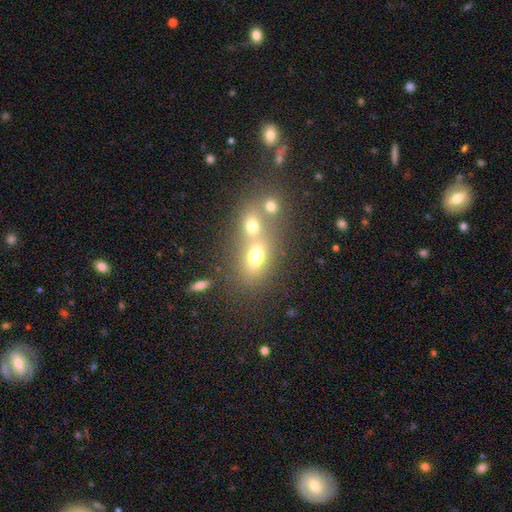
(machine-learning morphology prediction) Q: Smooth or featured?
A: smooth (66%); runner-up: featured or disk (18%)
Q: How rounded?
A: in between (67%); runner-up: round (29%)
Q: Merging?
A: merger (56%); runner-up: none (32%)